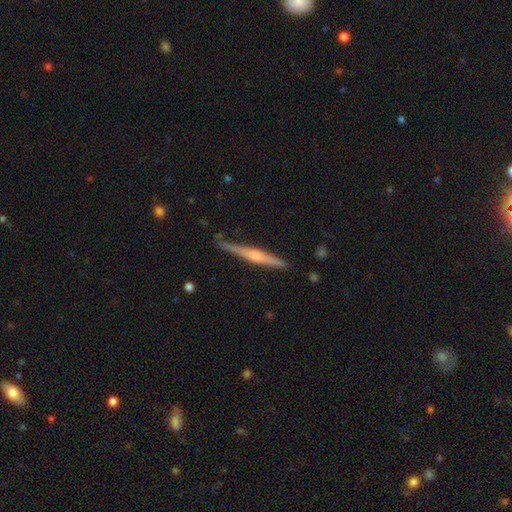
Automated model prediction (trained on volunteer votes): Q: Smooth or featured?
A: featured or disk (70%); runner-up: smooth (25%)
Q: Edge-on disk?
A: yes (98%); runner-up: no (2%)
Q: Edge-on bulge?
A: rounded (65%); runner-up: none (18%)
Q: Merging?
A: none (82%); runner-up: minor disturbance (14%)